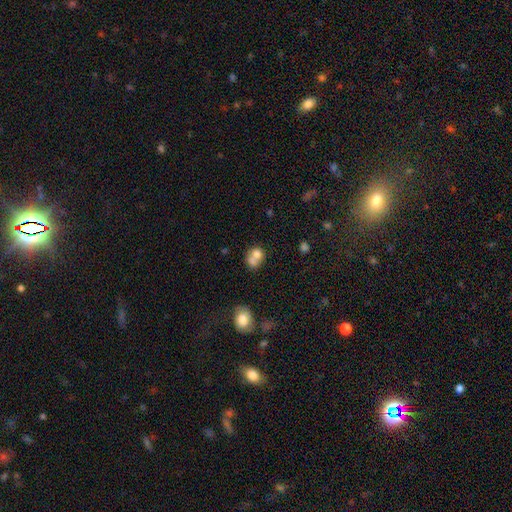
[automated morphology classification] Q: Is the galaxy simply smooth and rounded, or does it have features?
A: smooth — 72%.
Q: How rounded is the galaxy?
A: round — 62%.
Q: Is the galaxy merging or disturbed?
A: merger — 62%.